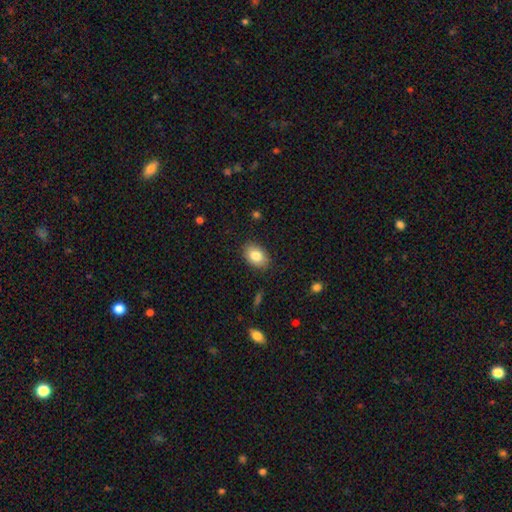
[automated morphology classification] smooth 83%, featured or disk 10%, star or artifact 8%. Down the decision tree: how rounded — in between (84%); merging — none (87%).